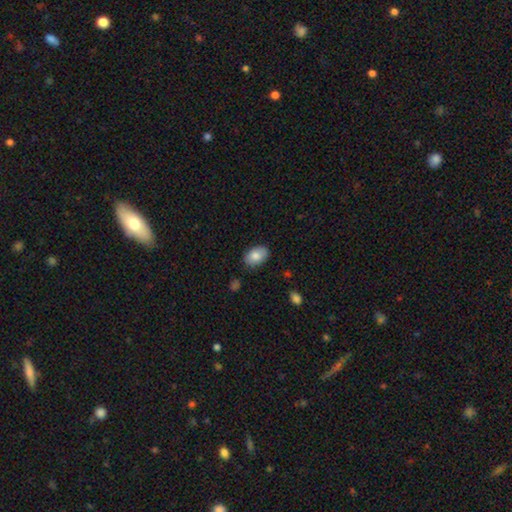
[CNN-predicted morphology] A smooth galaxy with no disk features (83%) that is in between round and cigar-shaped (89%).

Vote fractions:
- Smooth or featured? smooth: 83% / featured or disk: 10% / star or artifact: 7%
- How rounded? in between: 89% / round: 9% / cigar-shaped: 1%
- Merging? none: 83% / minor disturbance: 13% / major disturbance: 3% / merger: 1%